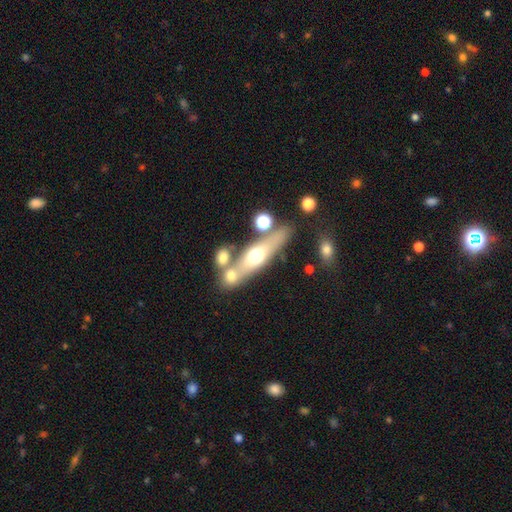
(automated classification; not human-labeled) The model was most divided on "smooth or featured": featured or disk: 52%, smooth: 40%, star or artifact: 8%. More confident: edge-on disk — yes (78%); merging — none (61%).